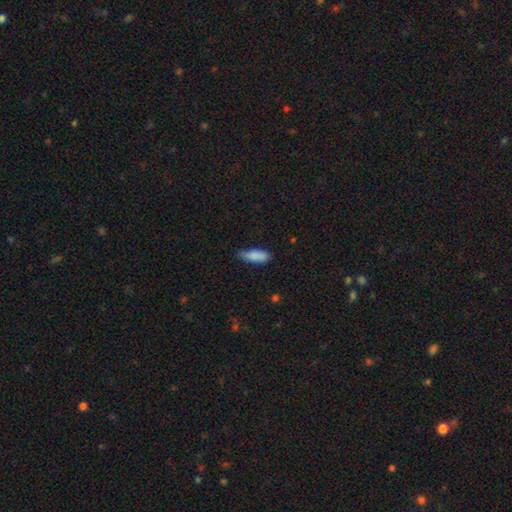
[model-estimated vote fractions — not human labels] Morphology: type=smooth (87%); roundness=in between (60%); merging=none (69%).